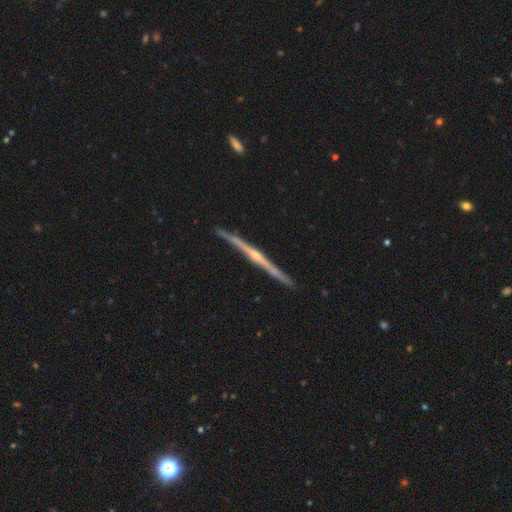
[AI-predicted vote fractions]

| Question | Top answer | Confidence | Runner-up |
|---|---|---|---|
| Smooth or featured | featured or disk | 86% | smooth (9%) |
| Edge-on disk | yes | 99% | no (1%) |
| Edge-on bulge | rounded | 77% | none (17%) |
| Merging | none | 91% | minor disturbance (6%) |